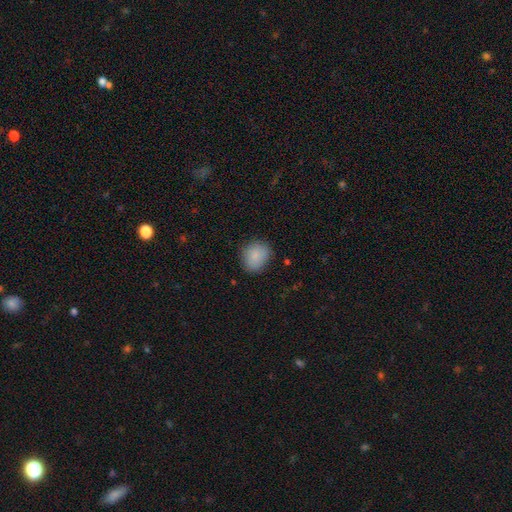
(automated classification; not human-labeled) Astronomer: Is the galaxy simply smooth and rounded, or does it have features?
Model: smooth — 86%.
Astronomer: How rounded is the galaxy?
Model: round — 61% (runner-up: in between, 38%).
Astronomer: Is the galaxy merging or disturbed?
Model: none — 78%.